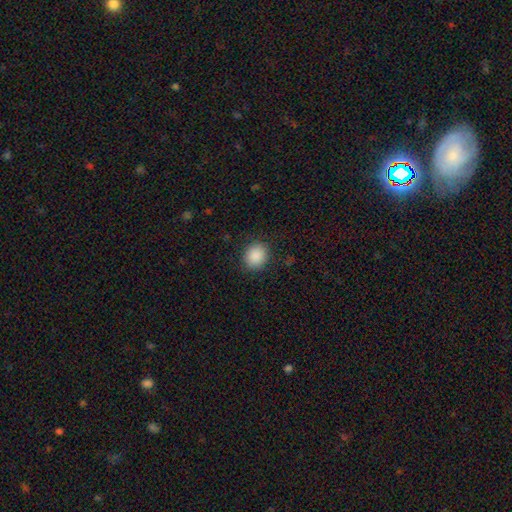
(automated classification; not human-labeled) smooth_or_featured: smooth (p=0.89) [alt: star or artifact p=0.08]
how_rounded: round (p=0.68) [alt: in between p=0.31]
merging: none (p=0.87) [alt: minor disturbance p=0.09]